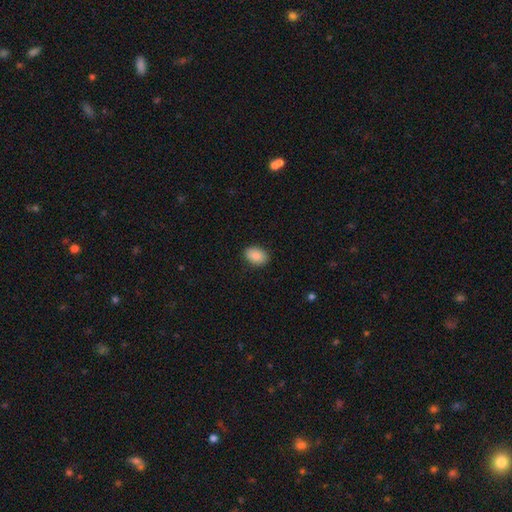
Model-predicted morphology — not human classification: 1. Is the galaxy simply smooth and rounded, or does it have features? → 88% smooth, 7% star or artifact, 5% featured or disk.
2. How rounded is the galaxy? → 82% in between, 17% round, 1% cigar-shaped.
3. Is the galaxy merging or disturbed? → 88% none, 9% minor disturbance, 2% major disturbance, 1% merger.